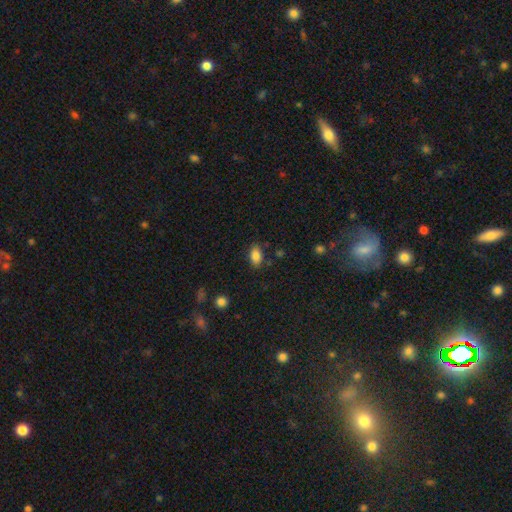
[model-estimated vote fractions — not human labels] Smooth or featured? Predicted: smooth (p=0.86). How rounded? Predicted: in between (p=0.90). Merging? Predicted: none (p=0.82).